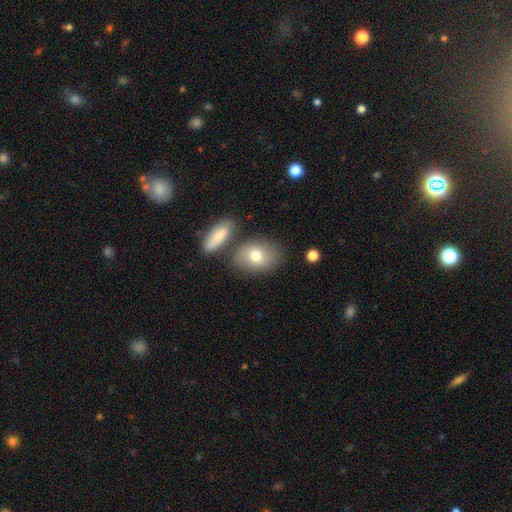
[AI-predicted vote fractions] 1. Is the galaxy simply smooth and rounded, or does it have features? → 75% smooth, 18% featured or disk, 7% star or artifact.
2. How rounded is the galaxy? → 76% in between, 22% round, 2% cigar-shaped.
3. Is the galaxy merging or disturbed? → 66% none, 16% merger, 14% minor disturbance, 4% major disturbance.